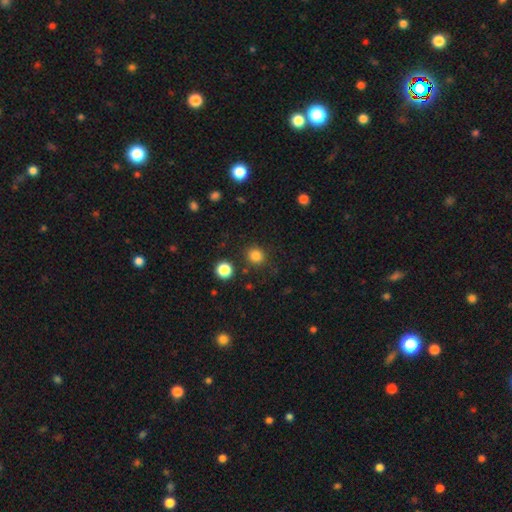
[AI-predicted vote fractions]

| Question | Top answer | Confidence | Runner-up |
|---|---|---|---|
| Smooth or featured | smooth | 83% | star or artifact (13%) |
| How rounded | round | 87% | in between (12%) |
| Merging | none | 86% | minor disturbance (8%) |